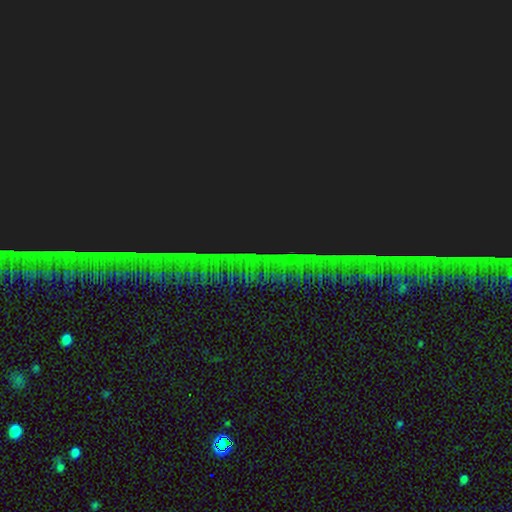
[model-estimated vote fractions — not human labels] Overall: star or artifact (86%).